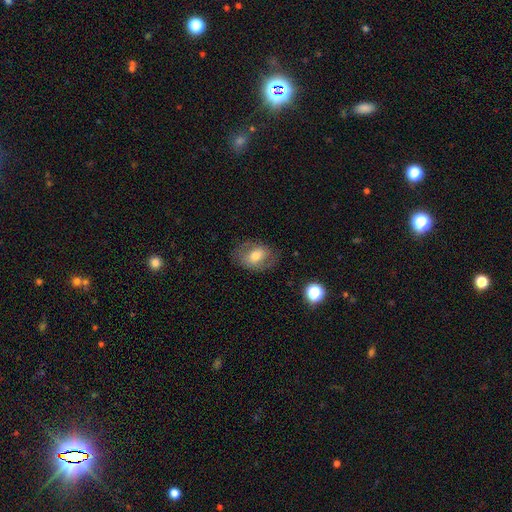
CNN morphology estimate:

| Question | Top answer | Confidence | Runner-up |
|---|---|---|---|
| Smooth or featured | smooth | 54% | featured or disk (37%) |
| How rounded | in between | 74% | round (25%) |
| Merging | none | 72% | minor disturbance (18%) |